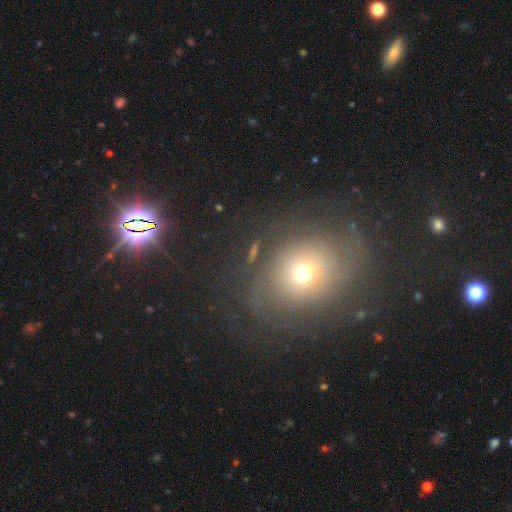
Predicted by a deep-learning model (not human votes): A featured or disk galaxy (39%, tied with smooth). Merging: none (73%).